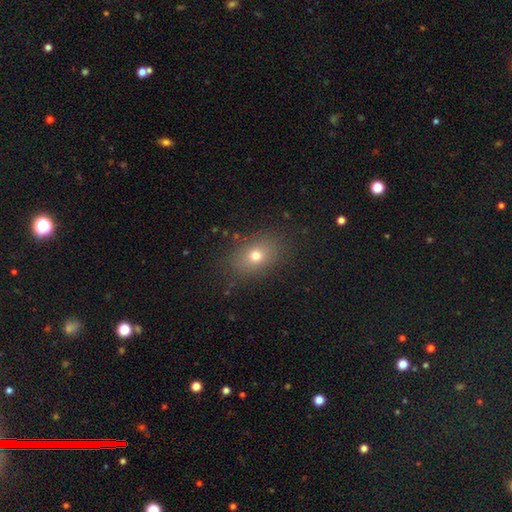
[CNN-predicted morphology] A smooth galaxy with no disk features (72%) that is in between round and cigar-shaped (69%). Merging: none (83%).